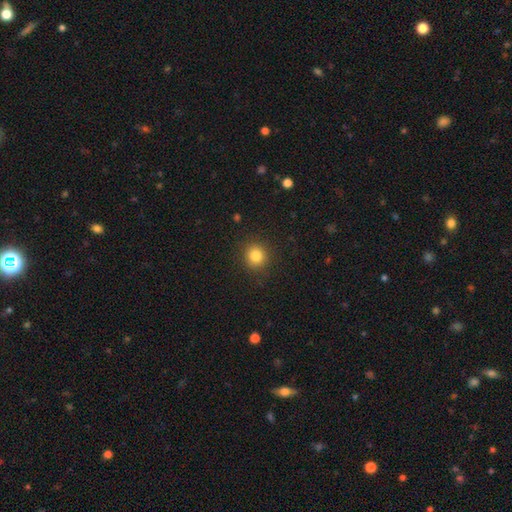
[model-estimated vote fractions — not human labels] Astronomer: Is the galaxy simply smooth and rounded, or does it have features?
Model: smooth — 83%.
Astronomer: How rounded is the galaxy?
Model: round — 90%.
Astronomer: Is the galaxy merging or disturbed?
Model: none — 90%.